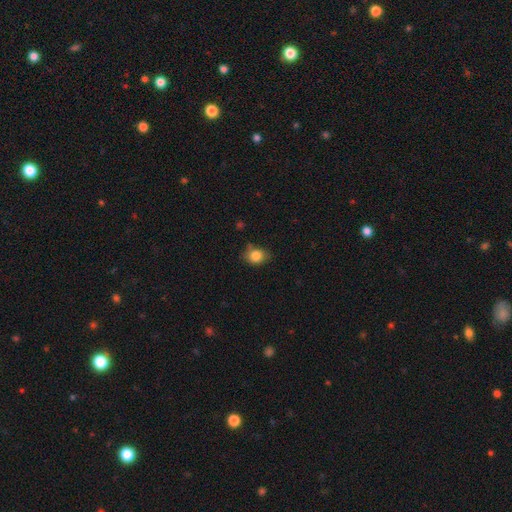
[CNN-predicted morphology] type=smooth (83%); roundness=round (52%); merging=none (65%).